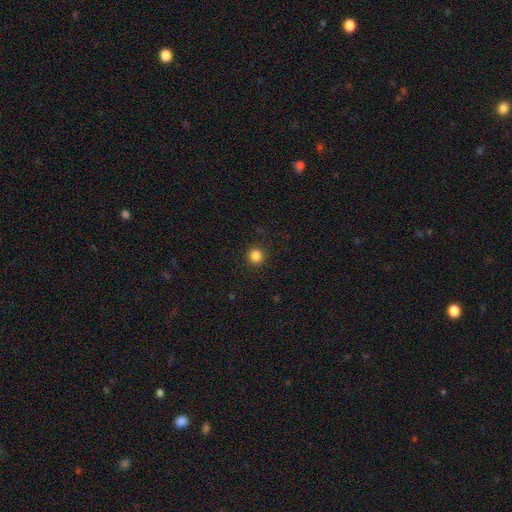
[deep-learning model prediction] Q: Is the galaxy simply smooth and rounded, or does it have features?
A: smooth — 85%.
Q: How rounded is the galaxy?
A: round — 93%.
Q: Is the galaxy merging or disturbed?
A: none — 92%.